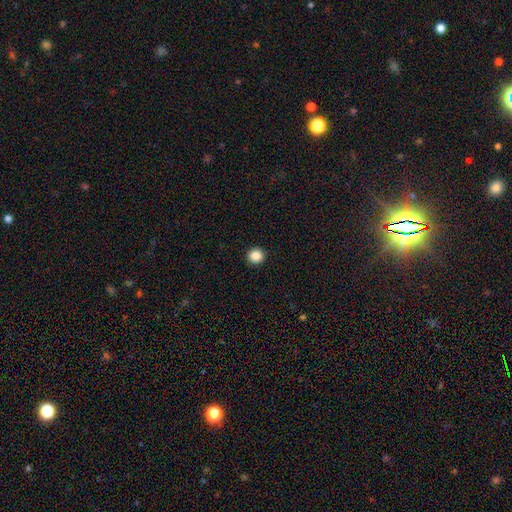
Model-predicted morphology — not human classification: smooth 87%, star or artifact 10%, featured or disk 3%. Down the decision tree: how rounded — round (93%); merging — none (94%).